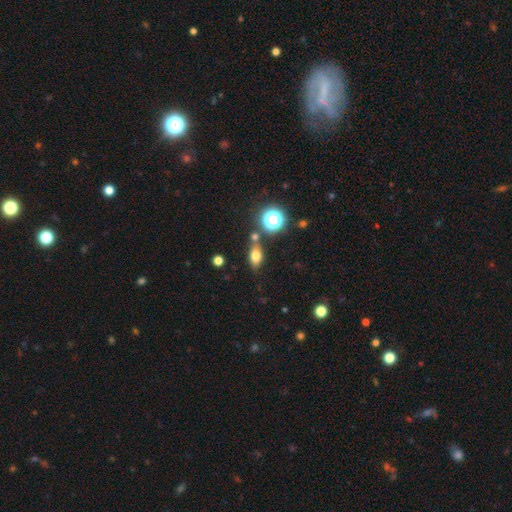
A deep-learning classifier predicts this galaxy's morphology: Smooth or featured: smooth — 70% (star or artifact — 16%)
How rounded: in between — 71% (round — 20%)
Merging: none — 71% (minor disturbance — 13%)